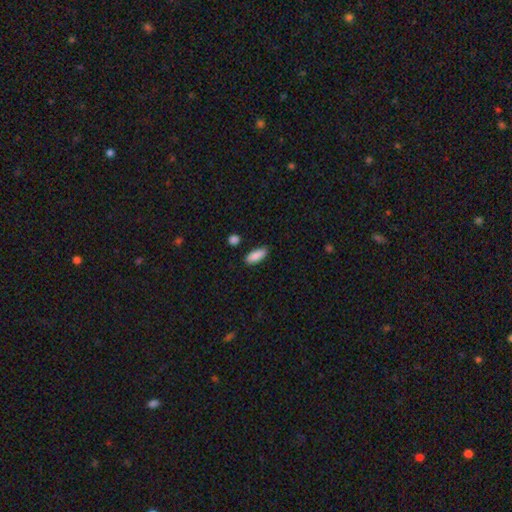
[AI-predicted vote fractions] Morphology: type=smooth (89%); roundness=in between (76%); merging=none (85%).